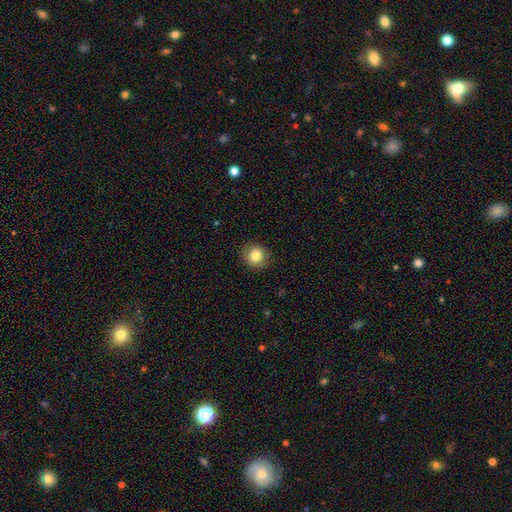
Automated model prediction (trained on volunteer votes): Smooth or featured: smooth — 82% (star or artifact — 10%)
How rounded: round — 89% (in between — 10%)
Merging: none — 88% (minor disturbance — 8%)